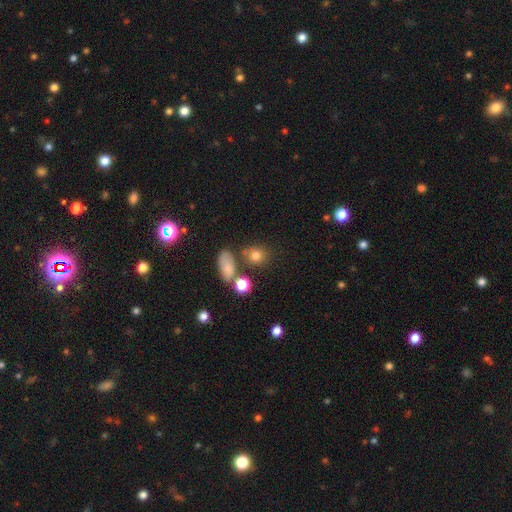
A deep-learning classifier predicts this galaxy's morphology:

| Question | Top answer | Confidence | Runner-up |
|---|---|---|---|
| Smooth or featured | smooth | 76% | star or artifact (15%) |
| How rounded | round | 71% | in between (27%) |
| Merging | none | 66% | merger (16%) |